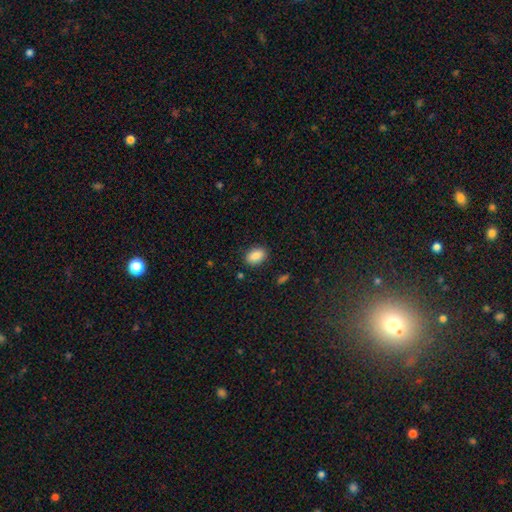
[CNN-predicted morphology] smooth-or-featured: smooth: 88% | star or artifact: 8% | featured or disk: 4%
  how-rounded: in between: 86% | round: 13% | cigar-shaped: 1%
  merging: none: 87% | minor disturbance: 9% | major disturbance: 3% | merger: 1%